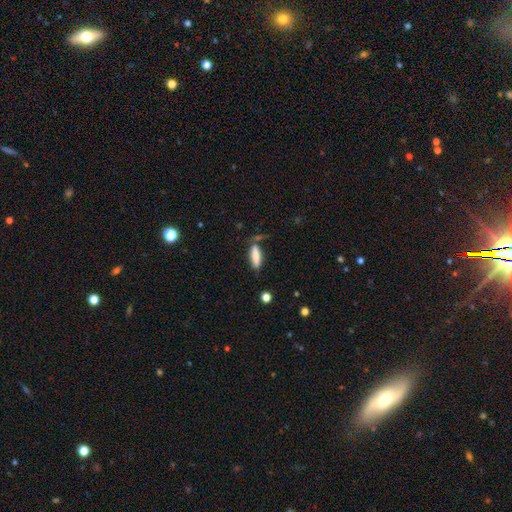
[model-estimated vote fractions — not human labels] The model was most divided on "how rounded": cigar-shaped: 56%, in between: 42%, round: 2%. More confident: smooth or featured — smooth (80%); merging — none (63%).